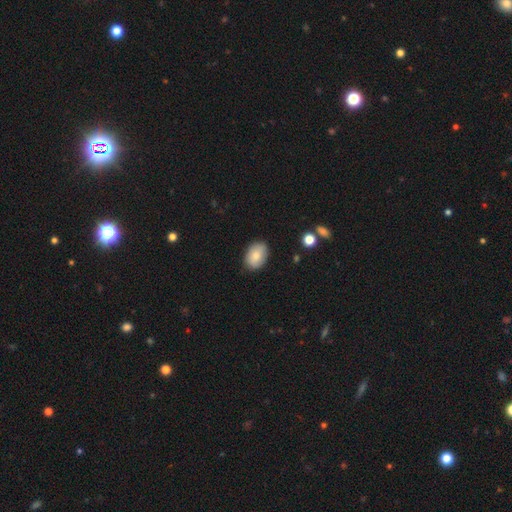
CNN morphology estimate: smooth_or_featured: smooth (p=0.81) [alt: featured or disk p=0.13]
how_rounded: in between (p=0.83) [alt: round p=0.16]
merging: none (p=0.83) [alt: minor disturbance p=0.14]